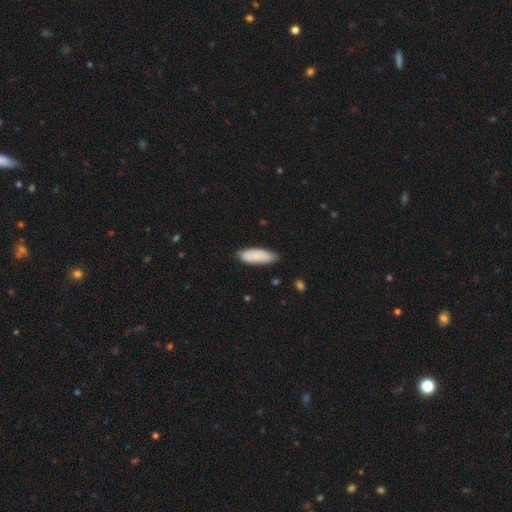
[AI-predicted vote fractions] Smooth or featured?
  - smooth: 85% *
  - featured or disk: 9%
  - star or artifact: 6%
How rounded?
  - in between: 68% *
  - cigar-shaped: 30%
  - round: 1%
Merging?
  - none: 76% *
  - minor disturbance: 19%
  - major disturbance: 3%
  - merger: 2%